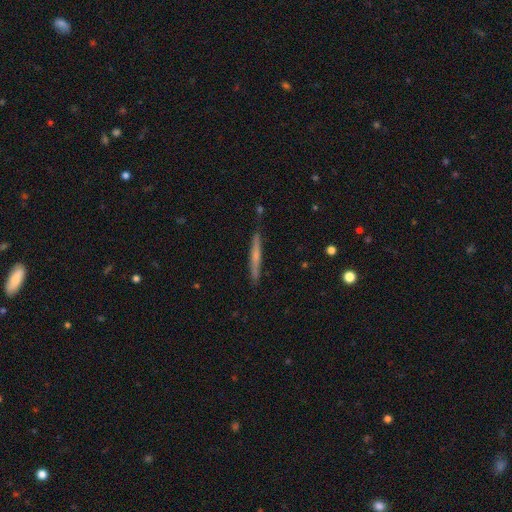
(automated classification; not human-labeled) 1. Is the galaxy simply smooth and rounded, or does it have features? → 48% featured or disk, 46% smooth, 6% star or artifact.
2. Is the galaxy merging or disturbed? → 87% none, 10% minor disturbance, 2% major disturbance, 2% merger.